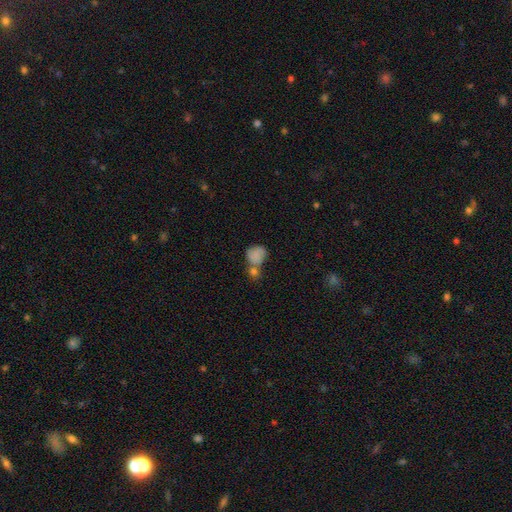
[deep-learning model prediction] Q: Smooth or featured?
A: smooth (80%); runner-up: featured or disk (11%)
Q: How rounded?
A: round (62%); runner-up: in between (36%)
Q: Merging?
A: merger (47%); runner-up: none (31%)